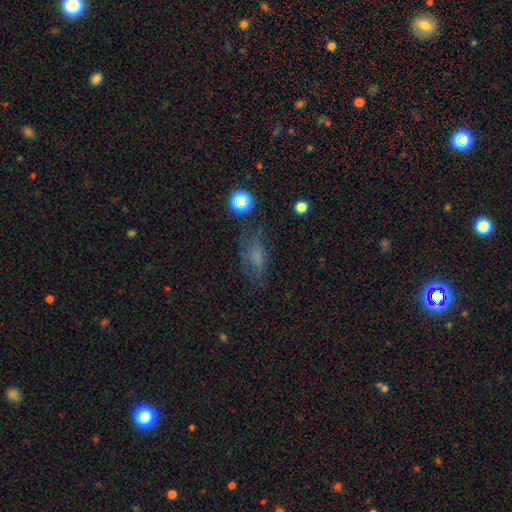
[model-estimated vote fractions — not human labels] Smooth or featured? smooth (57%)
How rounded? in between (79%)
Merging? none (60%)